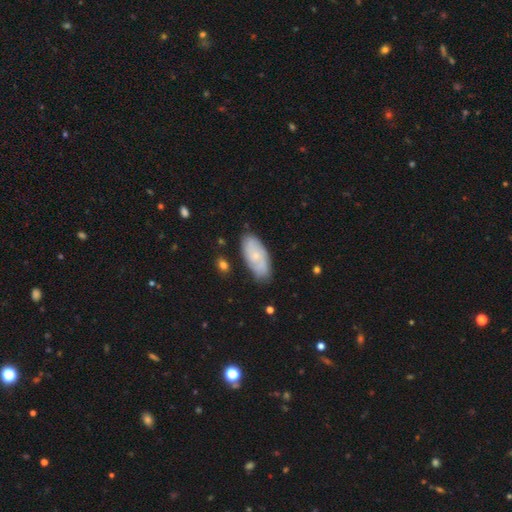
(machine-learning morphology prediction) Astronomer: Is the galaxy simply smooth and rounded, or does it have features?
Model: smooth — 51% (runner-up: featured or disk, 42%).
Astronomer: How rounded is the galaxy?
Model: in between — 89%.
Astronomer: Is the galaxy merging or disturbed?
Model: none — 76%.